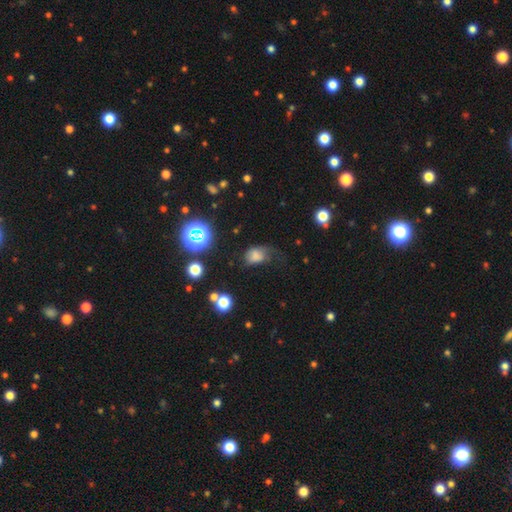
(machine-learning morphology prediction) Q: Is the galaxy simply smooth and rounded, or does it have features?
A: smooth — 71%.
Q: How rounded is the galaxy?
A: in between — 67%.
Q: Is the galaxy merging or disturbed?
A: none — 33%, tied with minor disturbance.